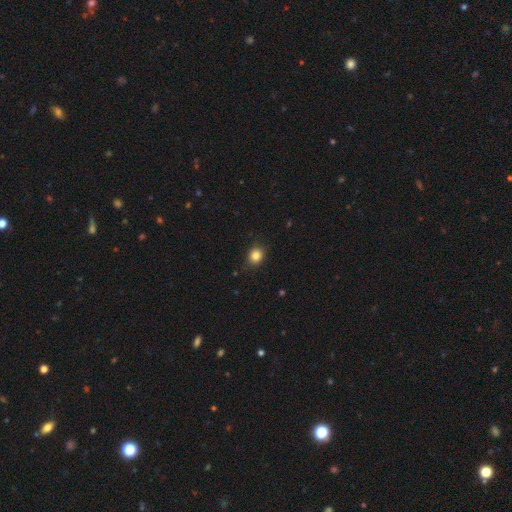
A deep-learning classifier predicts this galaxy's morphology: A smooth galaxy with no disk features (85%) that is round (68%).

Vote fractions:
- Smooth or featured? smooth: 85% / star or artifact: 11% / featured or disk: 5%
- How rounded? round: 68% / in between: 31% / cigar-shaped: 1%
- Merging? none: 85% / minor disturbance: 11% / major disturbance: 2% / merger: 1%